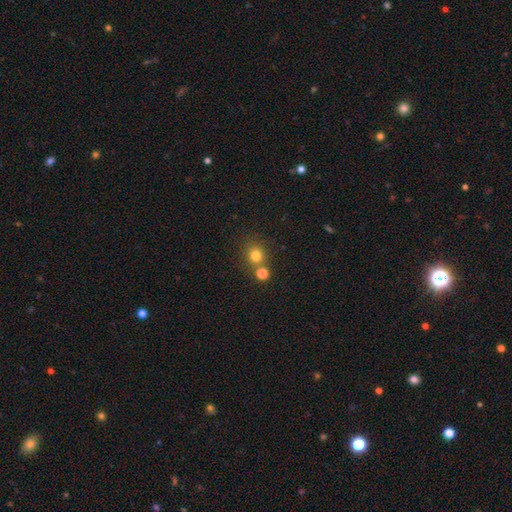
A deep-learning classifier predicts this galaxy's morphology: This is likely a smooth galaxy (77%). How rounded: clearly round (87%). Merging: likely none (67%).